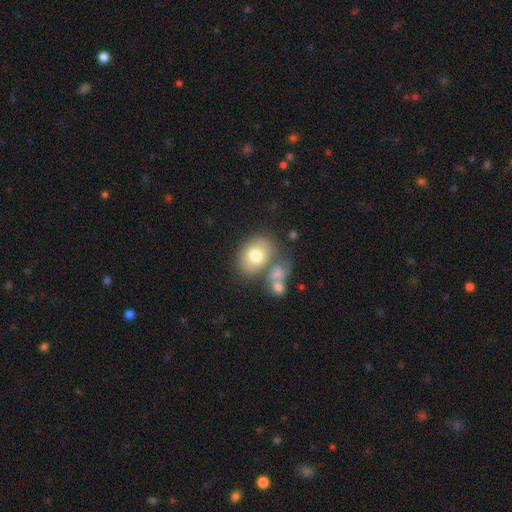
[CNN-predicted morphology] Smooth or featured: smooth — 73% (featured or disk — 19%)
How rounded: in between — 68% (round — 31%)
Merging: none — 55% (merger — 23%)